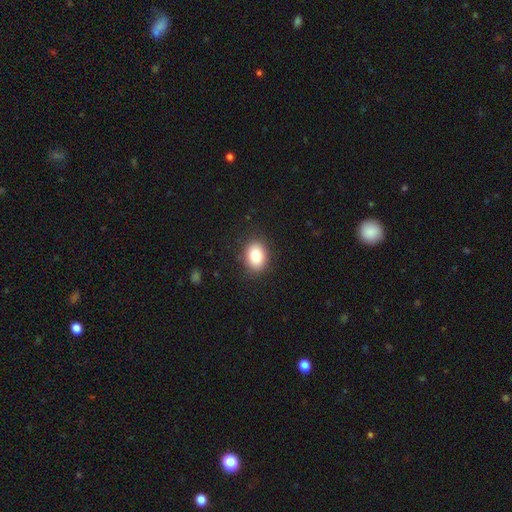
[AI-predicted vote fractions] smooth_or_featured: smooth (p=0.84) [alt: star or artifact p=0.08]
how_rounded: in between (p=0.68) [alt: round p=0.31]
merging: none (p=0.87) [alt: minor disturbance p=0.09]